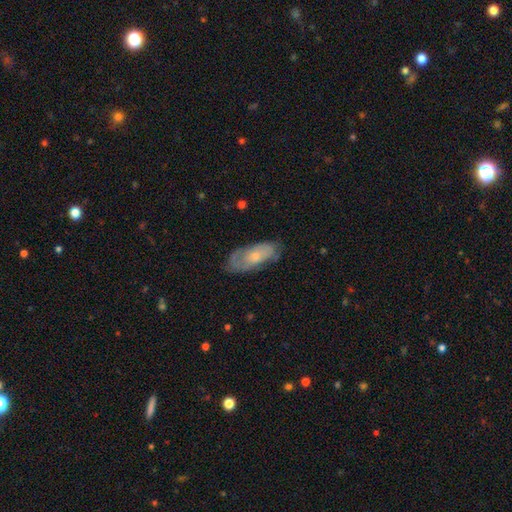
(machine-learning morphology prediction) A featured or disk galaxy (48%). Merging: none (64%).